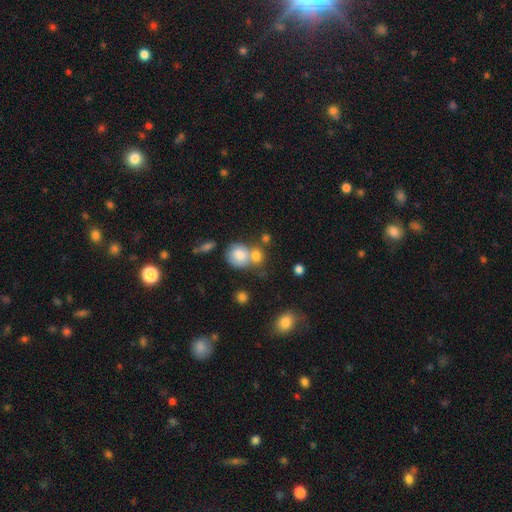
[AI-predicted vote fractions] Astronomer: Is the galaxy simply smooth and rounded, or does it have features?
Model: smooth — 78%.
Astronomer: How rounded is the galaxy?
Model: round — 72%.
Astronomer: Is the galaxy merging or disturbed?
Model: merger — 47% (runner-up: none, 38%).